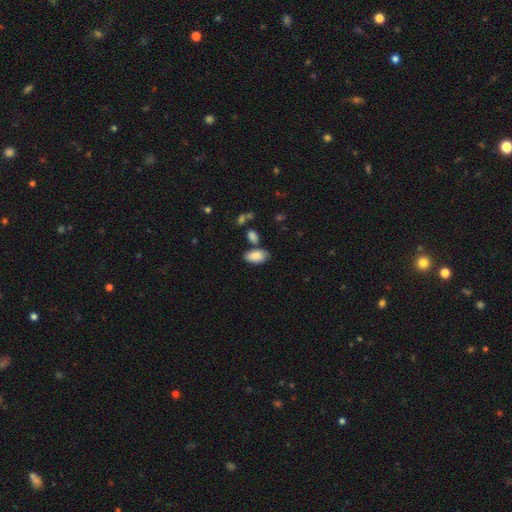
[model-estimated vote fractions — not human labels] smooth-or-featured: smooth: 87% | star or artifact: 7% | featured or disk: 6%
  how-rounded: in between: 95% | round: 3% | cigar-shaped: 2%
  merging: none: 71% | minor disturbance: 15% | merger: 11% | major disturbance: 4%